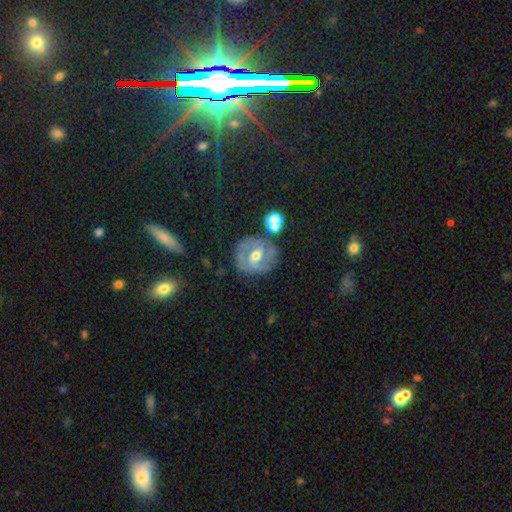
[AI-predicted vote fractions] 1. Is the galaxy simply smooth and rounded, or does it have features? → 70% featured or disk, 21% smooth, 9% star or artifact.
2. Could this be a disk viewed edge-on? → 96% no, 4% yes.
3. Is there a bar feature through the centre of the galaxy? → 49% weak, 28% no, 23% strong.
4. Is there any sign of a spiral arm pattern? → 77% yes, 23% no.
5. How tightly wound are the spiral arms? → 54% tight, 36% medium, 10% loose.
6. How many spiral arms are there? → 70% 2, 18% can't tell, 5% 3, 4% 1, 2% 4, 2% more than 4.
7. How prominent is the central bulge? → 75% moderate, 17% small, 6% large, 1% none, 1% dominant.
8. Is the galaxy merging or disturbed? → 74% none, 15% minor disturbance, 5% major disturbance, 5% merger.